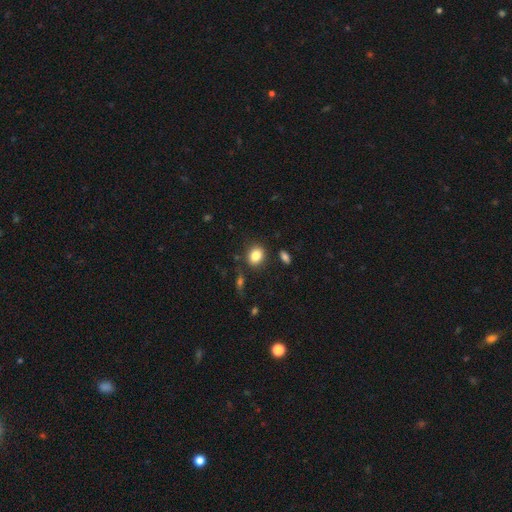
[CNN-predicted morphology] Smooth or featured: smooth — 84% (star or artifact — 9%)
How rounded: round — 50% (in between — 48%)
Merging: none — 82% (minor disturbance — 11%)